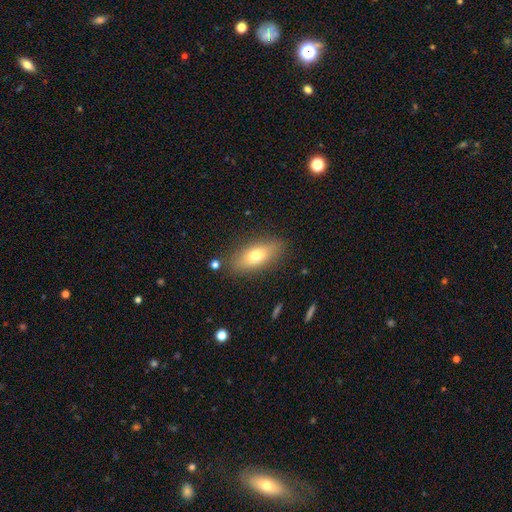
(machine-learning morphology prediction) Smooth or featured?
  - smooth: 70% *
  - featured or disk: 21%
  - star or artifact: 8%
How rounded?
  - in between: 80% *
  - cigar-shaped: 15%
  - round: 5%
Merging?
  - none: 84% *
  - minor disturbance: 11%
  - major disturbance: 3%
  - merger: 2%